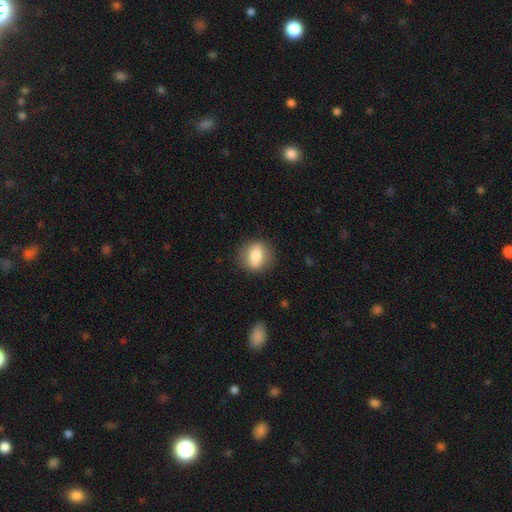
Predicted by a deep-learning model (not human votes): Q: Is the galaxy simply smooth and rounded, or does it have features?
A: smooth — 71%.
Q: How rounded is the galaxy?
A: round — 61%.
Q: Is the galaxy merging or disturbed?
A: none — 85%.